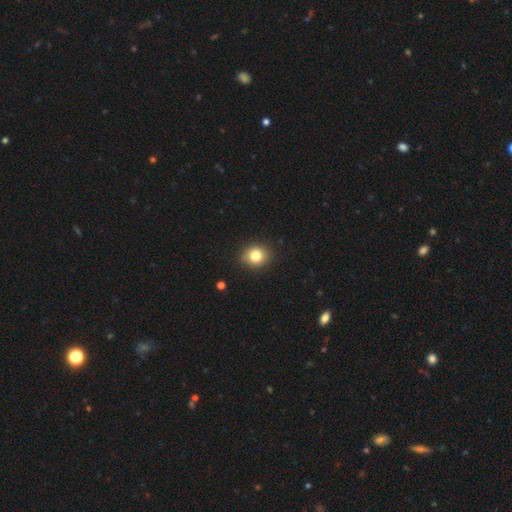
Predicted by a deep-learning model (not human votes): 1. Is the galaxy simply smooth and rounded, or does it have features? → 81% smooth, 11% star or artifact, 8% featured or disk.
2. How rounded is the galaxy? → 75% round, 24% in between, 1% cigar-shaped.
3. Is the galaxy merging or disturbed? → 86% none, 10% minor disturbance, 2% major disturbance, 1% merger.